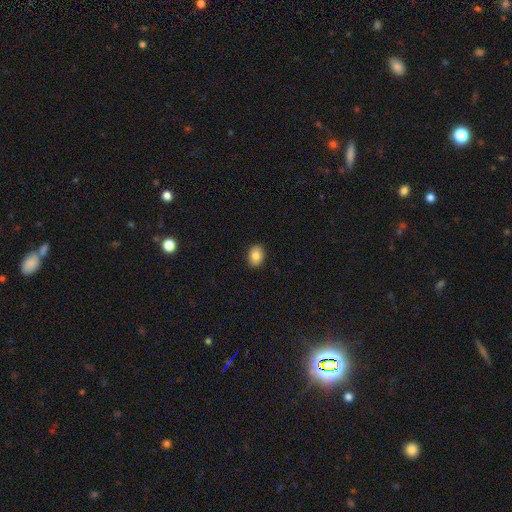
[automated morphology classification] Smooth or featured? Predicted: smooth (p=0.86). How rounded? Predicted: in between (p=0.71). Merging? Predicted: none (p=0.90).